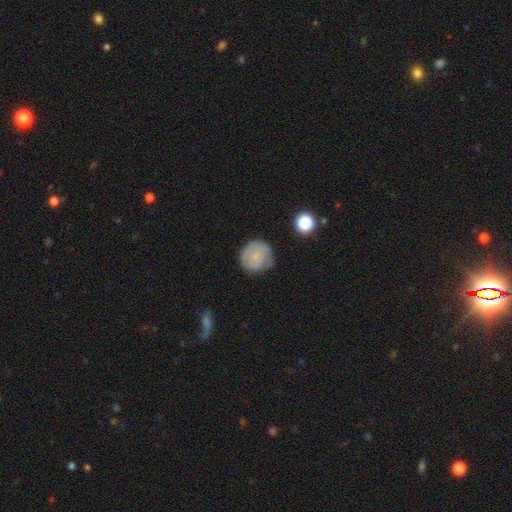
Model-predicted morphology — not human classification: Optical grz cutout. It shows a smooth galaxy with no disk features (72%) that is round (90%). Merging: none (64%).